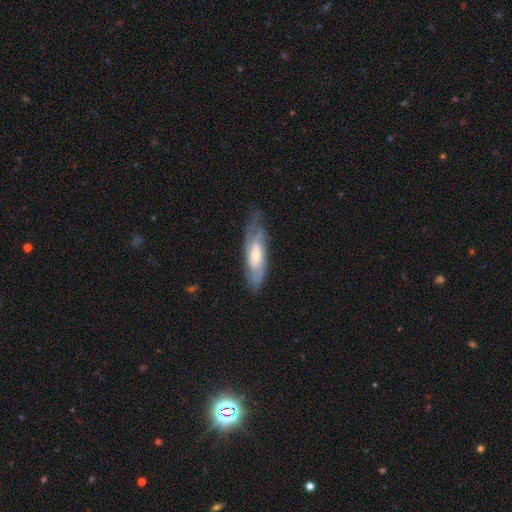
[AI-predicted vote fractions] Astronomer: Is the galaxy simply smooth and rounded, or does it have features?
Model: featured or disk — 70%.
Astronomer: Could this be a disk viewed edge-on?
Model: no — 77%.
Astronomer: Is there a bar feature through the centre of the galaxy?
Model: no — 57% (runner-up: weak, 33%).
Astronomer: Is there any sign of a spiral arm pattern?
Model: yes — 87%.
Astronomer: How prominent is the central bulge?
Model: moderate — 53% (runner-up: small, 39%).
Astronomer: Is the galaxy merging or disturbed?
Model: none — 65%.